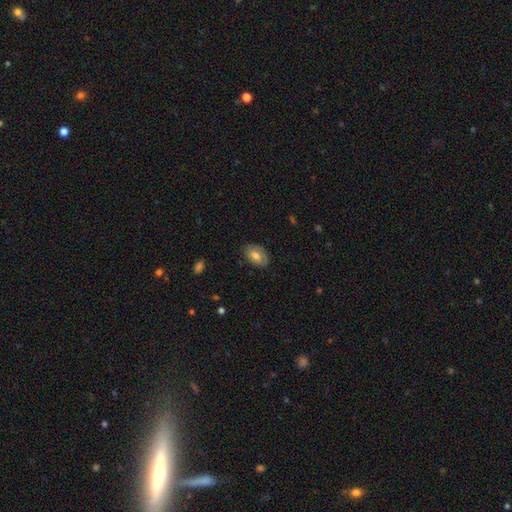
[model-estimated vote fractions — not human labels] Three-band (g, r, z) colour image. It shows a smooth galaxy with no disk features (70%) that is in between round and cigar-shaped (87%). Merging: none (79%).